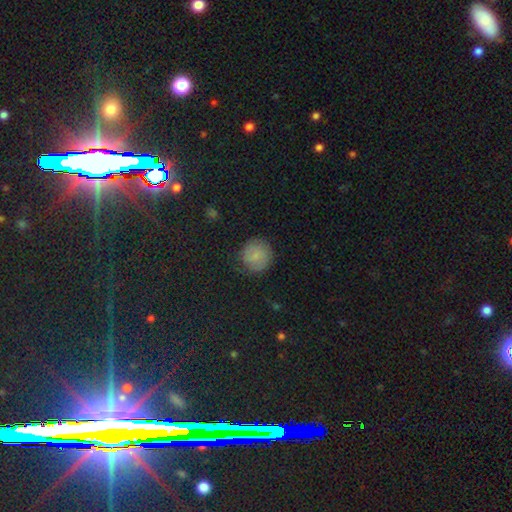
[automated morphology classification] This appears to be a smooth galaxy with no disk features (72%) that is round (90%). Merging: none (80%).